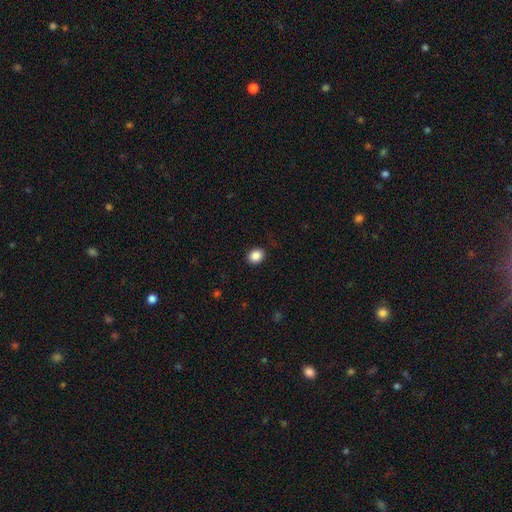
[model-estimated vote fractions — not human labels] The model was most divided on "how rounded": round: 52%, in between: 47%, cigar-shaped: 1%. More confident: merging — none (89%); smooth or featured — smooth (87%).